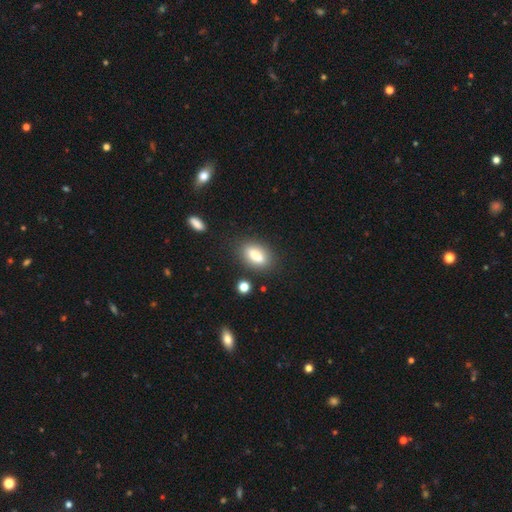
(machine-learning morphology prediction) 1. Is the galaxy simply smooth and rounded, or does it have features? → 77% smooth, 15% featured or disk, 9% star or artifact.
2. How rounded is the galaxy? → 70% in between, 24% cigar-shaped, 6% round.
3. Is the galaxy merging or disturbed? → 80% none, 12% minor disturbance, 4% major disturbance, 4% merger.